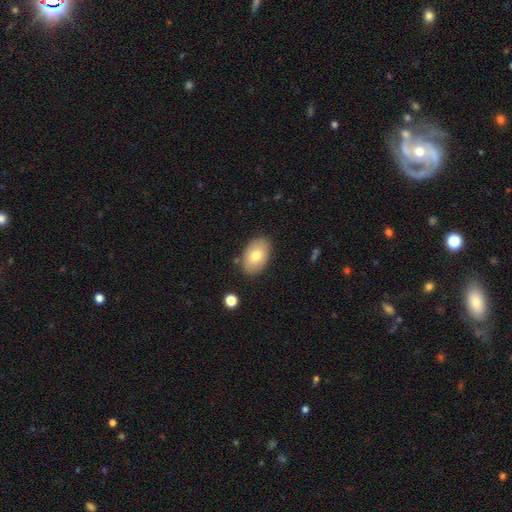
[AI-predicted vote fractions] This appears to be a smooth galaxy with no disk features (75%) that is in between round and cigar-shaped (89%). Merging: none (84%).